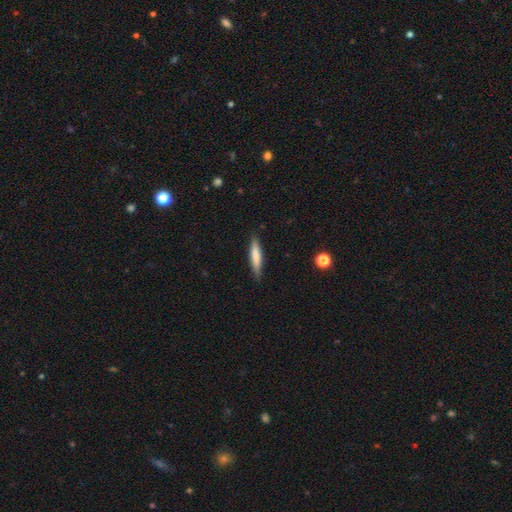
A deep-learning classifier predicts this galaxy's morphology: smooth 73%, featured or disk 22%, star or artifact 6%. Down the decision tree: how rounded — cigar-shaped (87%); merging — none (87%).